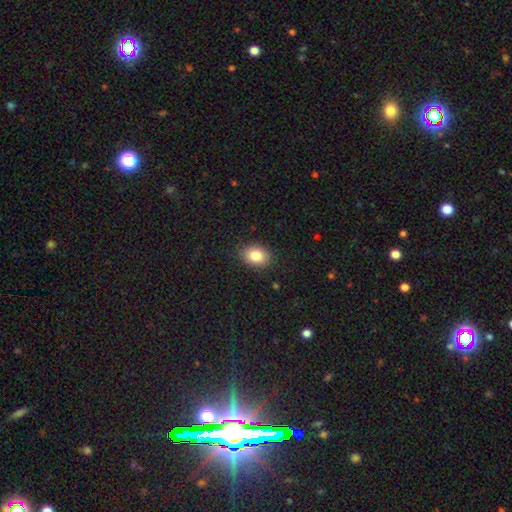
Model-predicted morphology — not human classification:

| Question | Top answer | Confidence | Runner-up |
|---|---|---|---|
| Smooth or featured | smooth | 83% | star or artifact (9%) |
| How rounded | in between | 67% | round (32%) |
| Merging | none | 88% | minor disturbance (9%) |